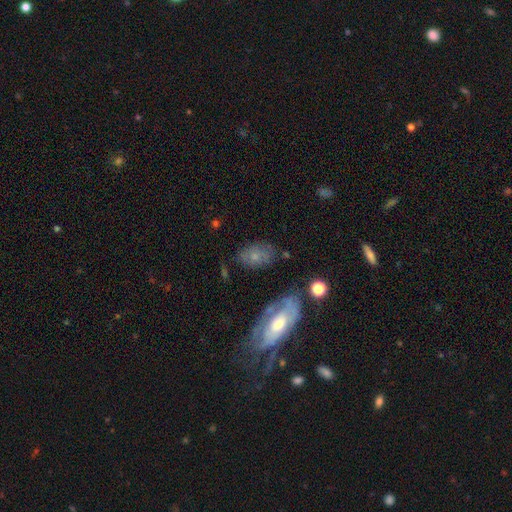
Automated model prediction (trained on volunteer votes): Overall: smooth (54%; featured or disk 35%). How rounded: in between (85%). Merging: none (67%).